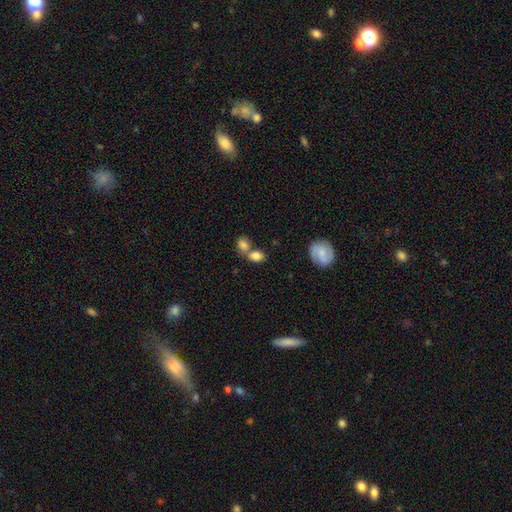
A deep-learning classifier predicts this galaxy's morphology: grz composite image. It shows a smooth galaxy with no disk features (80%) that is in between round and cigar-shaped (65%). Merging: merger (56%).